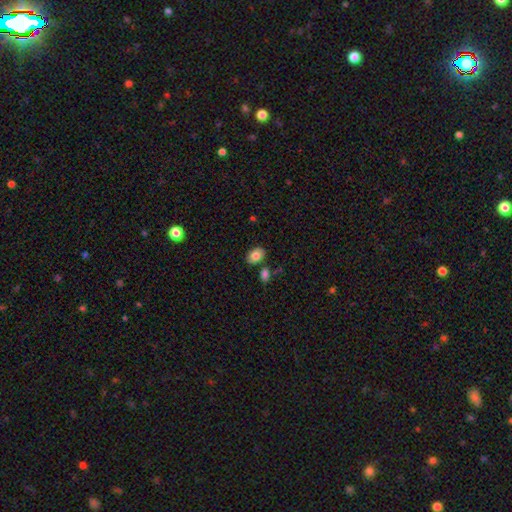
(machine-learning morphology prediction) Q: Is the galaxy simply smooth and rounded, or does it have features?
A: smooth — 81%.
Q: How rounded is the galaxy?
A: in between — 80%.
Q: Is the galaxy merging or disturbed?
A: none — 79%.